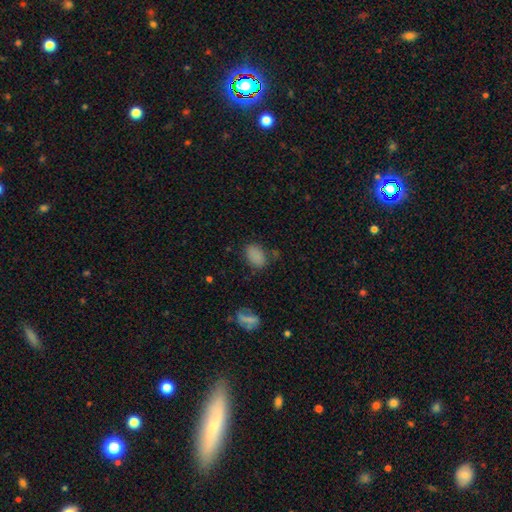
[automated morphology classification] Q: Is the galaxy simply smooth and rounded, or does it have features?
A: smooth — 83%.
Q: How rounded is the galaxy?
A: in between — 87%.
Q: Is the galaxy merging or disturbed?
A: none — 73%.